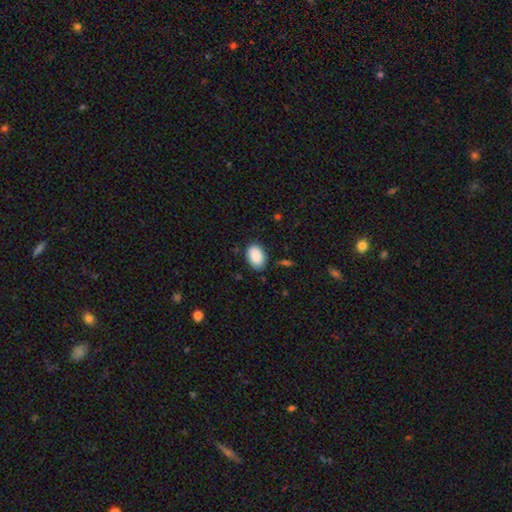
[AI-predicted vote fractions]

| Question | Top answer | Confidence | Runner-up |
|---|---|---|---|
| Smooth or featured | smooth | 90% | star or artifact (7%) |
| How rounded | in between | 90% | round (9%) |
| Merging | none | 82% | minor disturbance (14%) |